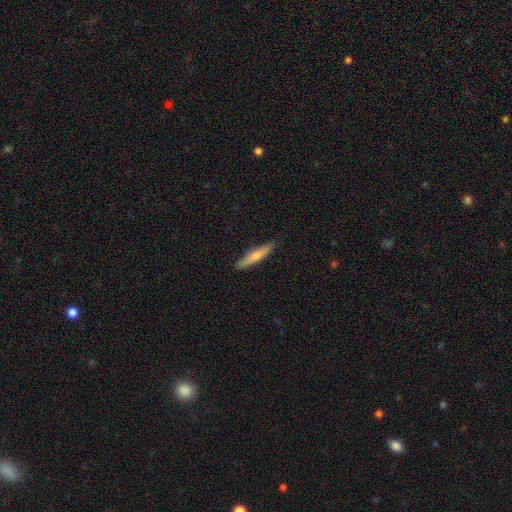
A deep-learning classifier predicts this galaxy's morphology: Smooth or featured? Predicted: smooth (p=0.64). How rounded? Predicted: cigar-shaped (p=0.90). Merging? Predicted: none (p=0.88).